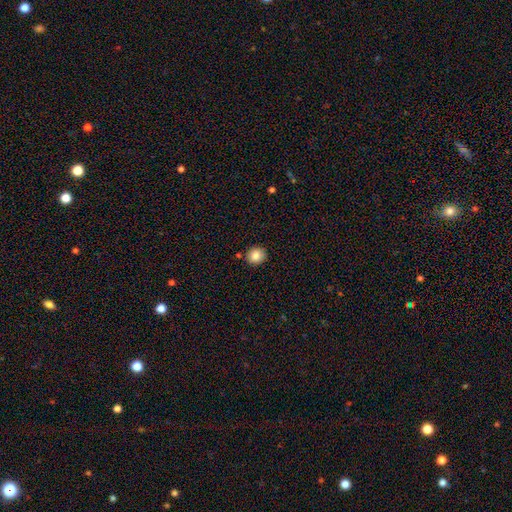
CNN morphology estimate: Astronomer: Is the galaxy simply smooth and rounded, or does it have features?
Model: smooth — 86%.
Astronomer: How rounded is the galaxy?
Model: round — 84%.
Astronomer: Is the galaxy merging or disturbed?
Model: none — 88%.